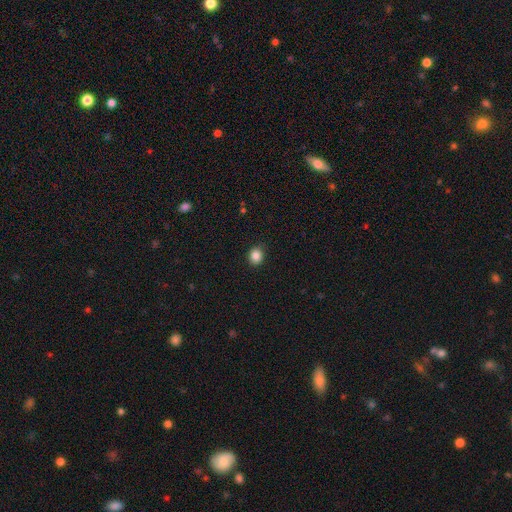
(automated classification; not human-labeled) A smooth galaxy with no disk features (86%) that is round (68%). Merging: none (88%).